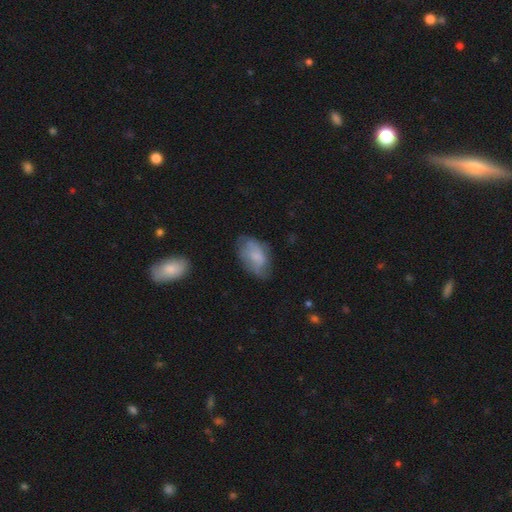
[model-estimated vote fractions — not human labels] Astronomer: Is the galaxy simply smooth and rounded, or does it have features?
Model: smooth — 66%.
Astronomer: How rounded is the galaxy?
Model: in between — 93%.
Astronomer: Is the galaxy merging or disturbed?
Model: none — 57%.